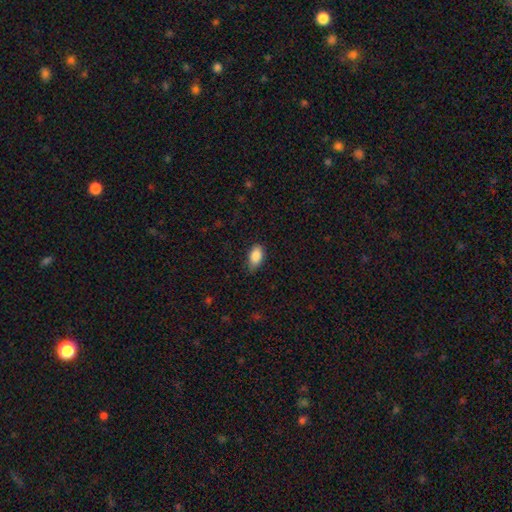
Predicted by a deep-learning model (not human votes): A smooth galaxy with no disk features (88%) that is in between round and cigar-shaped (92%).

Vote fractions:
- Smooth or featured? smooth: 88% / star or artifact: 7% / featured or disk: 5%
- How rounded? in between: 92% / round: 5% / cigar-shaped: 3%
- Merging? none: 76% / minor disturbance: 20% / major disturbance: 3% / merger: 1%